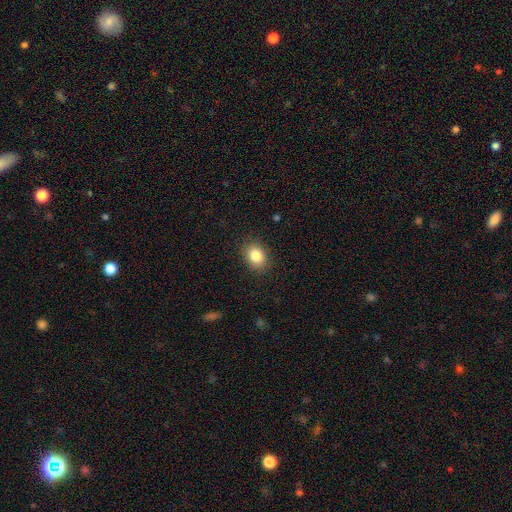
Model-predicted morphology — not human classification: This appears to be a smooth galaxy with no disk features (85%) that is in between round and cigar-shaped (57%). Merging: none (88%).